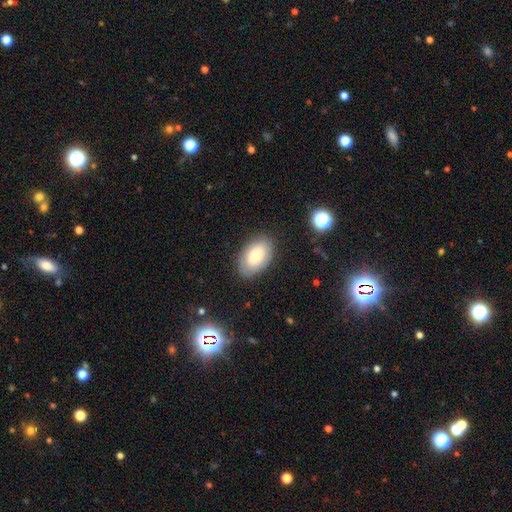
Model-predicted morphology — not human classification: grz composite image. It shows a smooth galaxy with no disk features (72%) that is in between round and cigar-shaped (91%). Merging: none (82%).